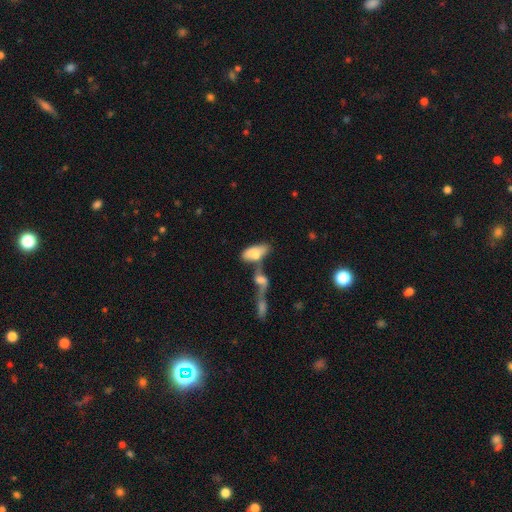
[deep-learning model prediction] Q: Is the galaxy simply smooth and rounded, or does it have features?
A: smooth — 70%.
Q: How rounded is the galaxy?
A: in between — 85%.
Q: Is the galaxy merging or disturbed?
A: merger — 59%.